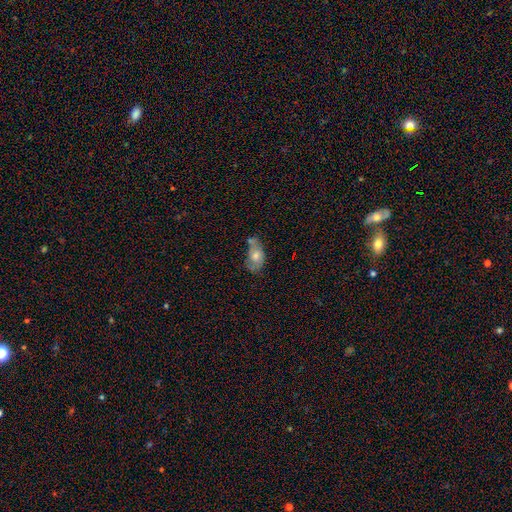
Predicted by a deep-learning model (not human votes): smooth 57%, featured or disk 32%, star or artifact 10%. Down the decision tree: how rounded — in between (83%); merging — none (37%).